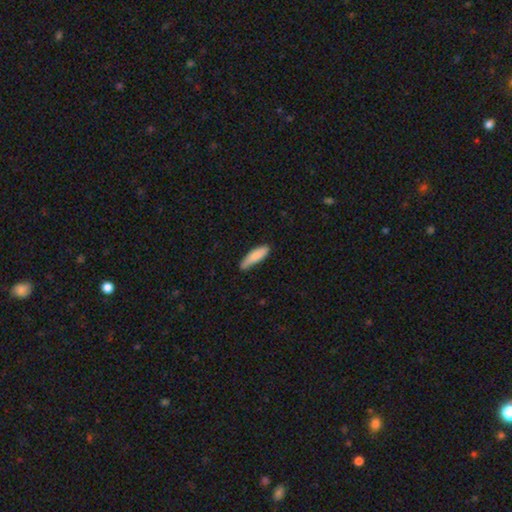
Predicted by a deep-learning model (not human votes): This is clearly a smooth galaxy (85%). How rounded: likely cigar-shaped (61%). Merging: likely none (69%).